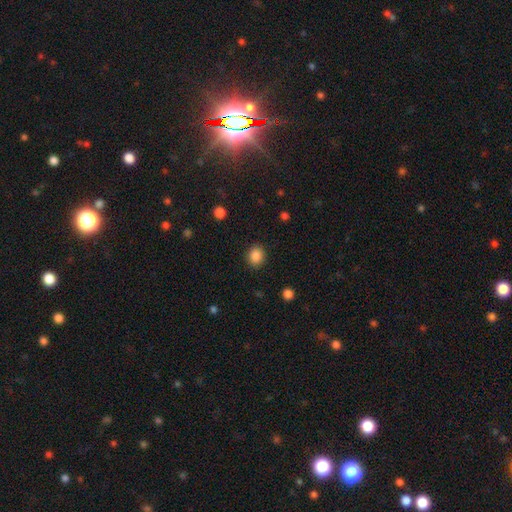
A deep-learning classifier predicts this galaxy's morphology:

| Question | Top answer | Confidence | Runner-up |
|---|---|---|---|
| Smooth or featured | smooth | 87% | star or artifact (10%) |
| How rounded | round | 69% | in between (30%) |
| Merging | none | 89% | minor disturbance (7%) |